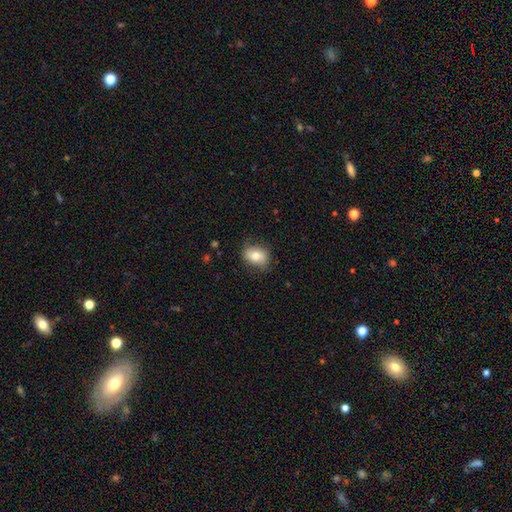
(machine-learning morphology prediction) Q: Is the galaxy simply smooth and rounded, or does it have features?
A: smooth — 72%.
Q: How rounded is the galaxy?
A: in between — 62%.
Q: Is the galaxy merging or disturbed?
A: none — 77%.